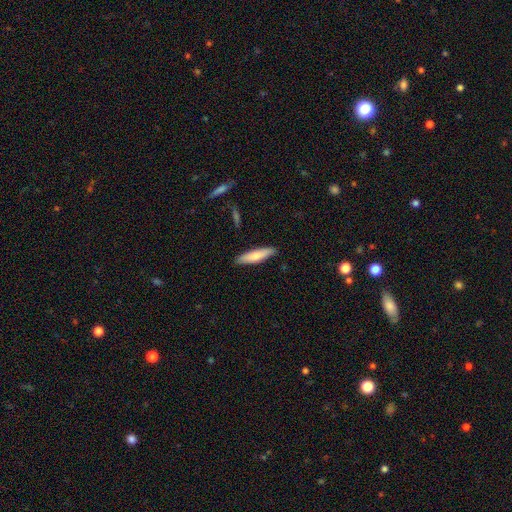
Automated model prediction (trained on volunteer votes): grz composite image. It shows a smooth galaxy with no disk features (72%) that is cigar-shaped (73%). Merging: none (86%).